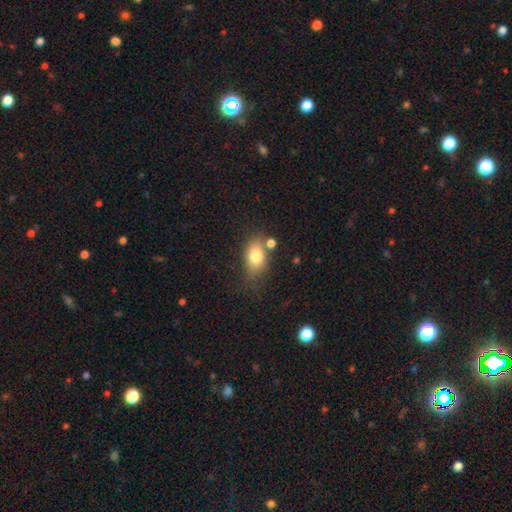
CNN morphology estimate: This appears to be a smooth galaxy with no disk features (78%) that is in between round and cigar-shaped (82%). Merging: none (63%).